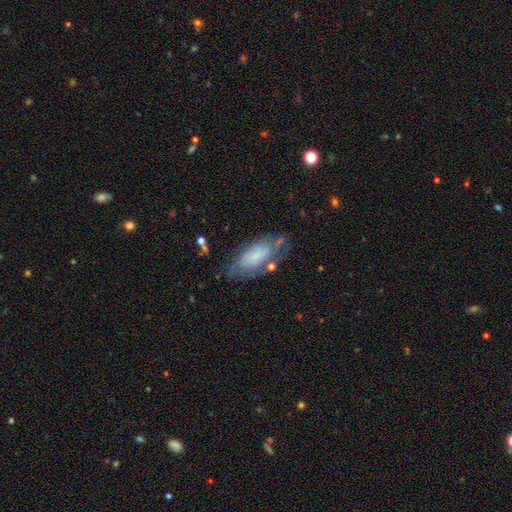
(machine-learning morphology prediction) smooth 46%, featured or disk 44%, star or artifact 9%. Down the decision tree: merging — none (60%).